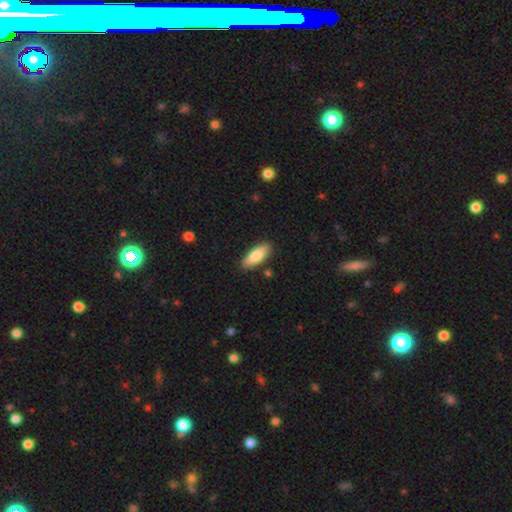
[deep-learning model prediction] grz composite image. It shows a smooth galaxy with no disk features (83%) that is in between round and cigar-shaped (71%). Merging: none (87%).